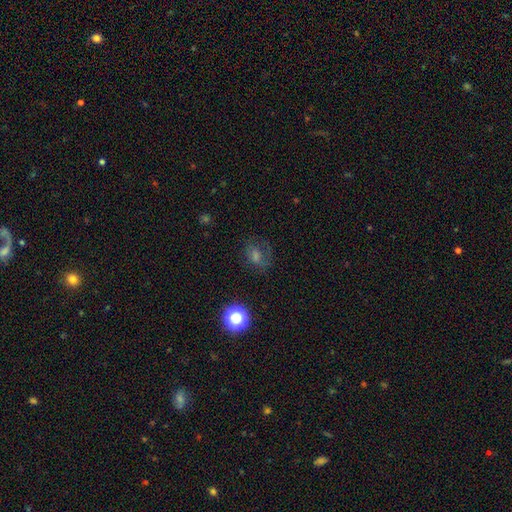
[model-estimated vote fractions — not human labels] Smooth or featured: smooth — 41% (star or artifact — 30%)
Merging: none — 67% (minor disturbance — 18%)